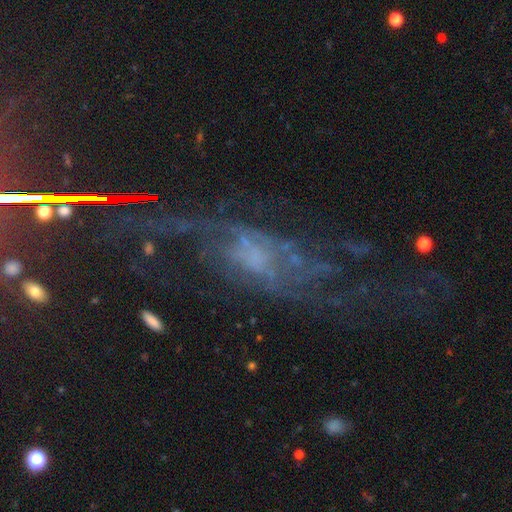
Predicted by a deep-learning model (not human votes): This appears to be a featured or disk galaxy (66%) with no bar (62%), spiral arms (74%) and a small central bulge (38%). Merging: none (43%).